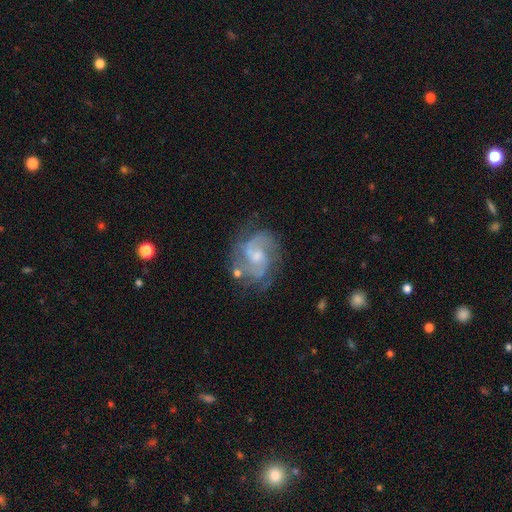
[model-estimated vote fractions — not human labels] Smooth or featured? featured or disk (85%)
Edge-on disk? no (98%)
Bar? no (49%)
Spiral arms? yes (95%)
Spiral winding? medium (53%)
Spiral arm count? 2 (67%)
Bulge size? small (49%)
Merging? none (63%)